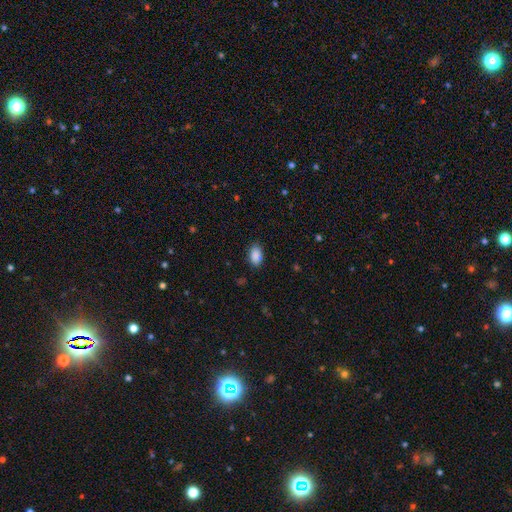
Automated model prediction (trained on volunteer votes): Q: Smooth or featured?
A: smooth (89%); runner-up: star or artifact (8%)
Q: How rounded?
A: in between (90%); runner-up: round (9%)
Q: Merging?
A: none (85%); runner-up: minor disturbance (12%)